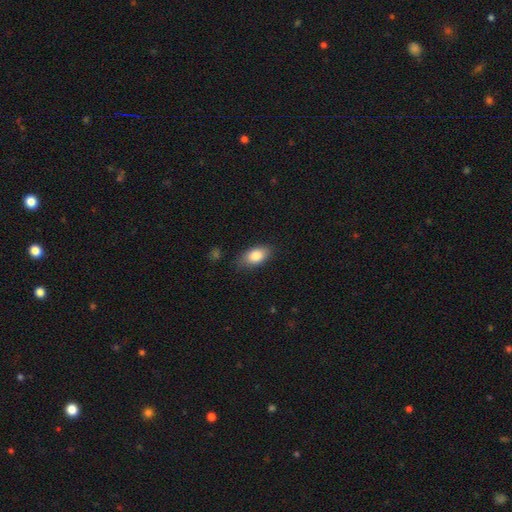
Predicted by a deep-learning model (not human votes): Smooth or featured? smooth (85%)
How rounded? in between (89%)
Merging? none (77%)